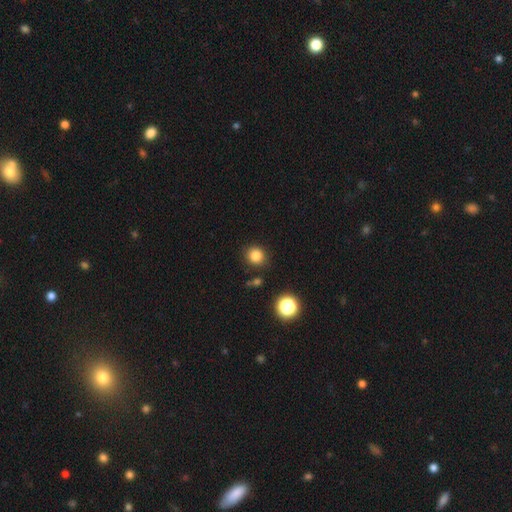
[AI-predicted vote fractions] Q: Smooth or featured?
A: smooth (83%); runner-up: star or artifact (13%)
Q: How rounded?
A: round (83%); runner-up: in between (17%)
Q: Merging?
A: none (85%); runner-up: minor disturbance (9%)